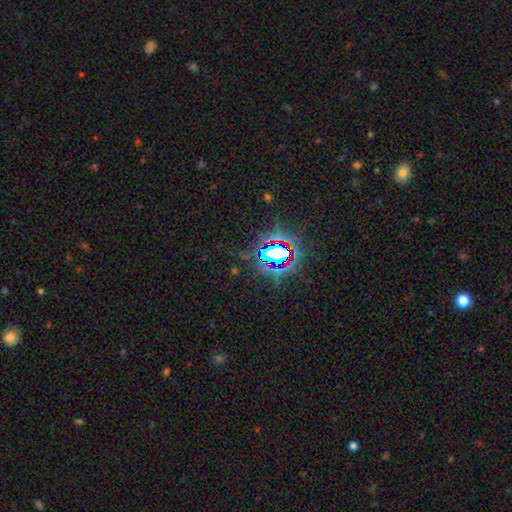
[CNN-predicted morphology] A star or artifact, not a galaxy (81%).